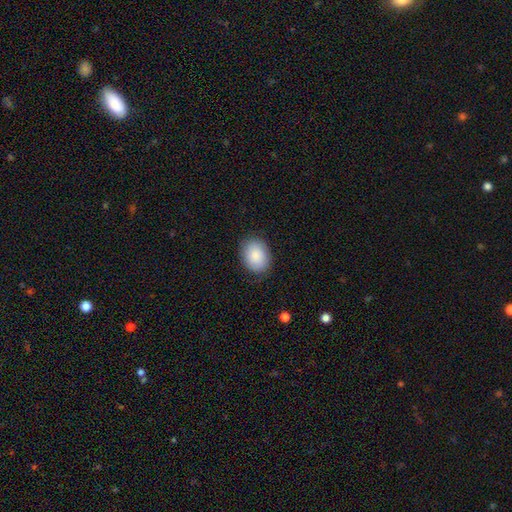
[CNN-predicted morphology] Smooth or featured? Predicted: smooth (p=0.88). How rounded? Predicted: in between (p=0.61). Merging? Predicted: none (p=0.86).